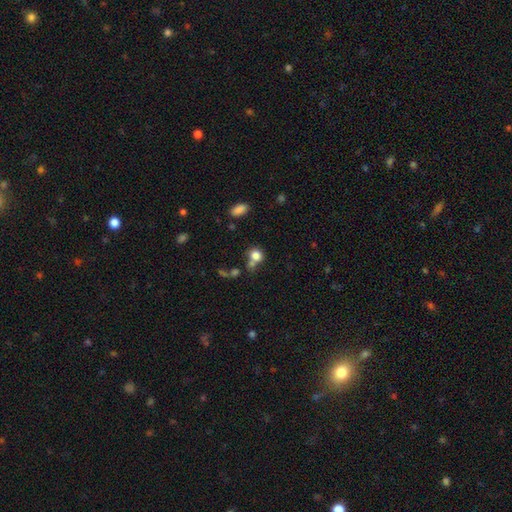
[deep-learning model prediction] A smooth galaxy with no disk features (80%) that is round (70%).

Vote fractions:
- Smooth or featured? smooth: 80% / star or artifact: 12% / featured or disk: 9%
- How rounded? round: 70% / in between: 29% / cigar-shaped: 1%
- Merging? none: 46% / merger: 33% / minor disturbance: 13% / major disturbance: 8%